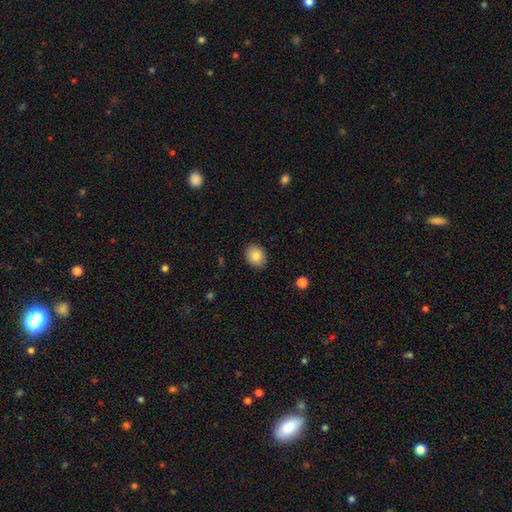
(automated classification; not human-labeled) The model was most divided on "how rounded": in between: 50%, round: 49%, cigar-shaped: 1%. More confident: merging — none (86%); smooth or featured — smooth (86%).